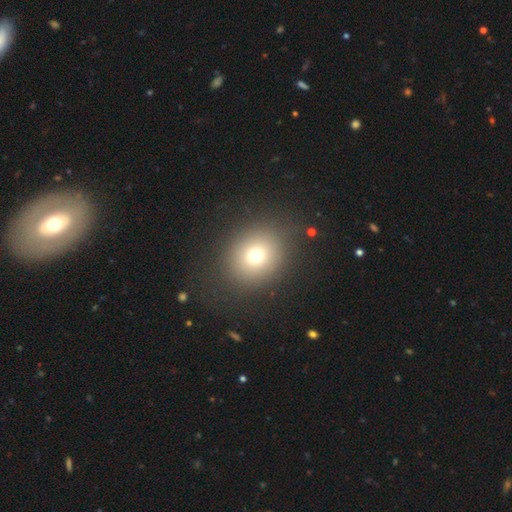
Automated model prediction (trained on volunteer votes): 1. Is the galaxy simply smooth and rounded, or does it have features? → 72% smooth, 16% star or artifact, 11% featured or disk.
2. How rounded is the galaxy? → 72% round, 27% in between, 1% cigar-shaped.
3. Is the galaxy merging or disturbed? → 85% none, 9% minor disturbance, 5% major disturbance, 1% merger.